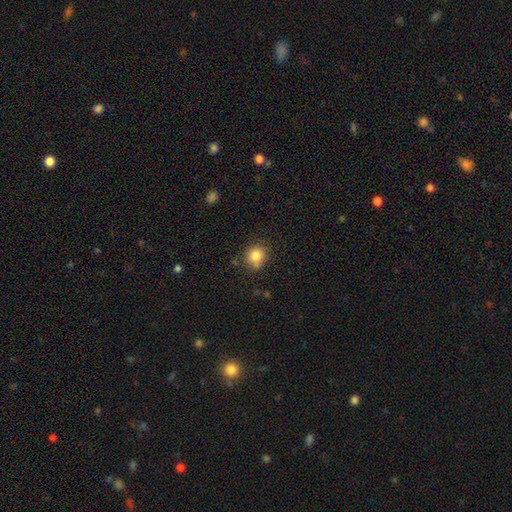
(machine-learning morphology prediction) Overall: smooth (83%). How rounded: round (85%). Merging: none (75%).